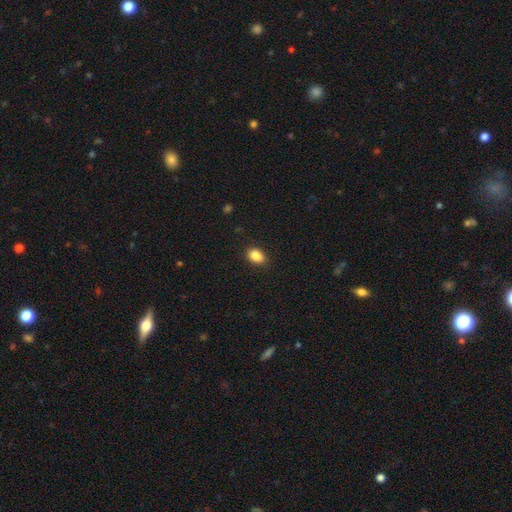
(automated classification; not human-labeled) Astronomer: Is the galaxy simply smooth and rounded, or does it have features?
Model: smooth — 88%.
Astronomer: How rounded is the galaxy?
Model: in between — 80%.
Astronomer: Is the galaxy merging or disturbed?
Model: none — 86%.